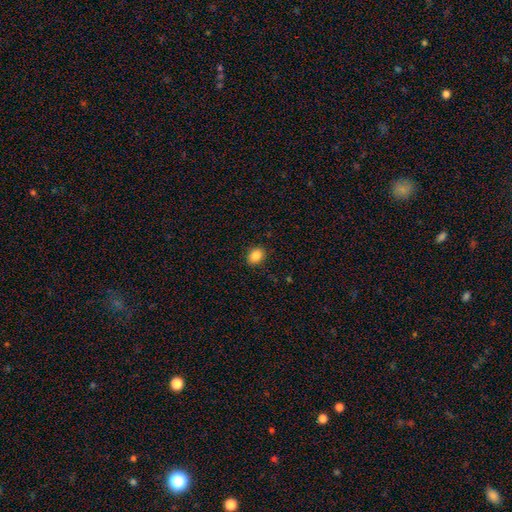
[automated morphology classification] type=smooth (86%); roundness=in between (53%); merging=none (89%).